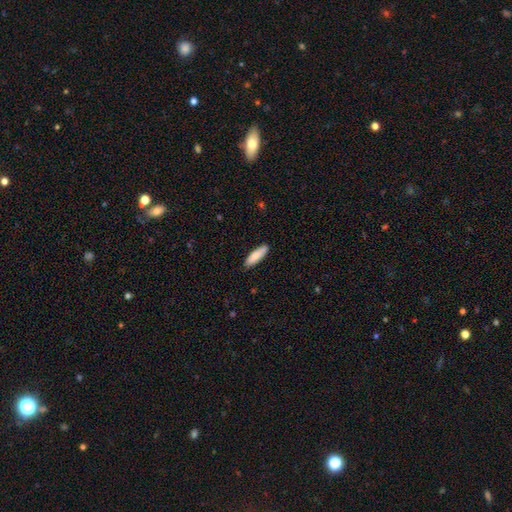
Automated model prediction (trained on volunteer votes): Smooth or featured? Predicted: smooth (p=0.82). How rounded? Predicted: cigar-shaped (p=0.57). Merging? Predicted: none (p=0.87).